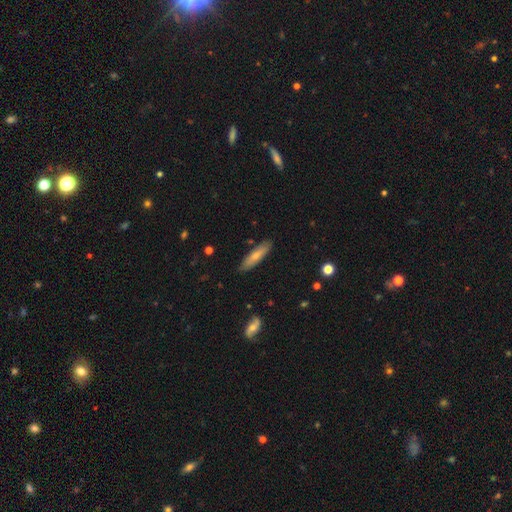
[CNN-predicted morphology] This is likely a smooth galaxy (64%). How rounded: likely cigar-shaped (74%). Merging: clearly none (87%).